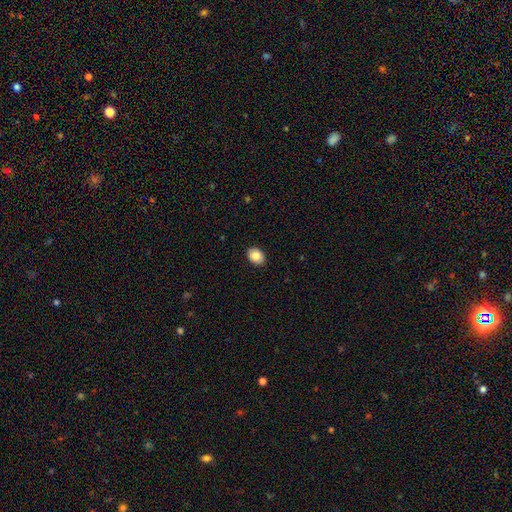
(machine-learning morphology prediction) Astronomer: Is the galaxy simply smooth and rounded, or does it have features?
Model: smooth — 82%.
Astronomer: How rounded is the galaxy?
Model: in between — 70%.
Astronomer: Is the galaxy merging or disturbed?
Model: none — 91%.